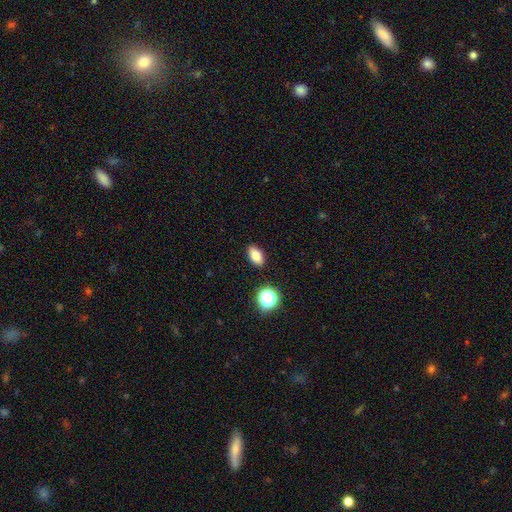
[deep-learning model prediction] Morphology: type=smooth (80%); roundness=in between (86%); merging=none (88%).